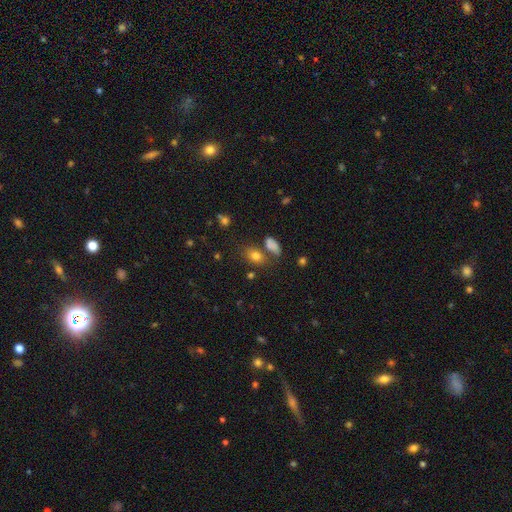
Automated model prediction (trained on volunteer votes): This is likely a smooth galaxy (78%). How rounded: likely in between (75%). Merging: likely none (63%).